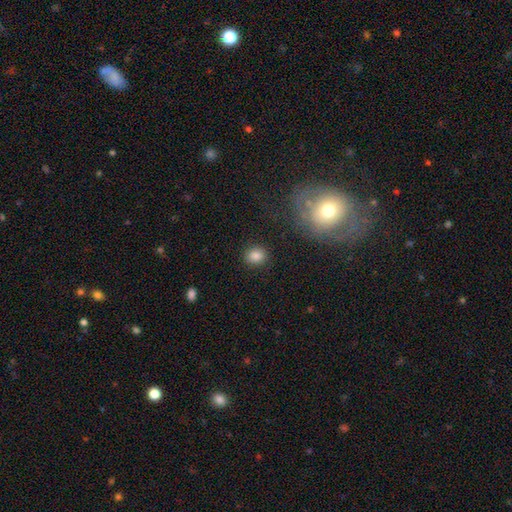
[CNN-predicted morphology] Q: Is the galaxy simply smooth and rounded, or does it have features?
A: smooth — 84%.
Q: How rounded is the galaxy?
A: round — 69%.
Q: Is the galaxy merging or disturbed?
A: none — 89%.